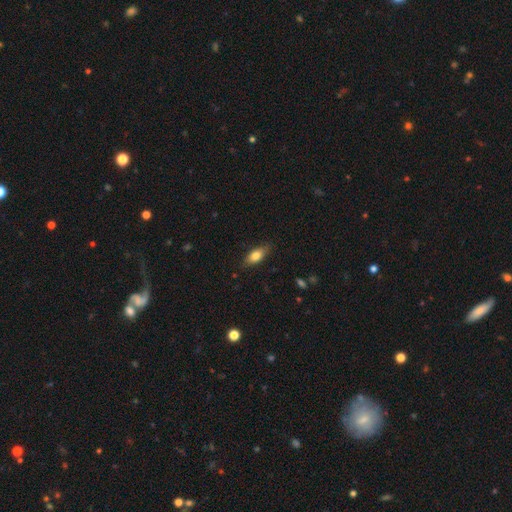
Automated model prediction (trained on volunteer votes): This appears to be a smooth galaxy with no disk features (78%) that is in between round and cigar-shaped (82%). Merging: none (82%).